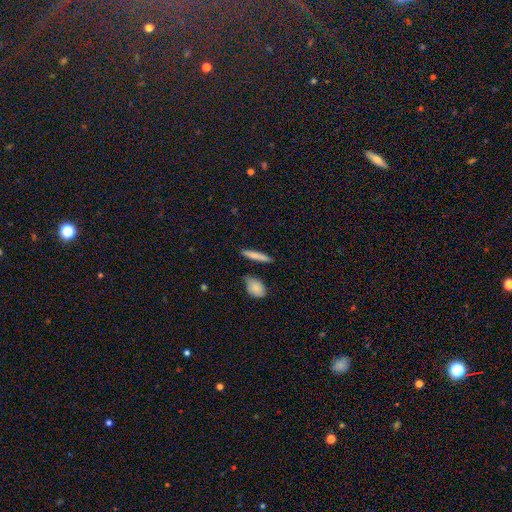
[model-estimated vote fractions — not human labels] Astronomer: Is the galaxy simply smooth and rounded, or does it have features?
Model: smooth — 78%.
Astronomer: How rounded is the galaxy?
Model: cigar-shaped — 88%.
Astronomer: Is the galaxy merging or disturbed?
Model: none — 83%.